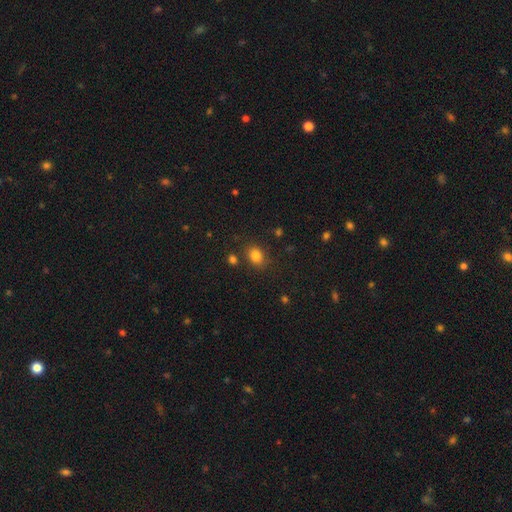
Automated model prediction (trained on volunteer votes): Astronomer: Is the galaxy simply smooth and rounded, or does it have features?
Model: smooth — 82%.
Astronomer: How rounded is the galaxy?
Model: in between — 55% (runner-up: round, 44%).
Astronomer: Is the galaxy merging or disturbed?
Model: none — 79%.